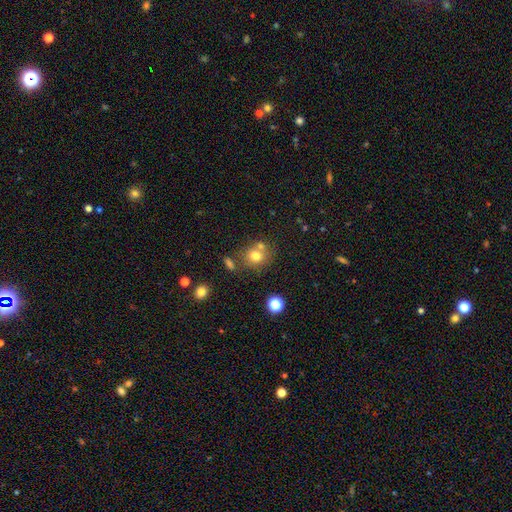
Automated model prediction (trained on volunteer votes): Overall: smooth (74%). How rounded: round (76%). Merging: none (60%; merger 23%).